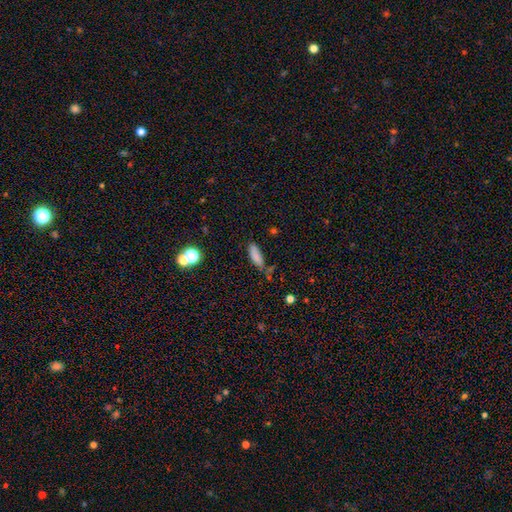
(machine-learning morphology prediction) smooth-or-featured: smooth: 82% | star or artifact: 11% | featured or disk: 7%
  how-rounded: in between: 59% | cigar-shaped: 38% | round: 3%
  merging: none: 65% | minor disturbance: 22% | merger: 7% | major disturbance: 6%